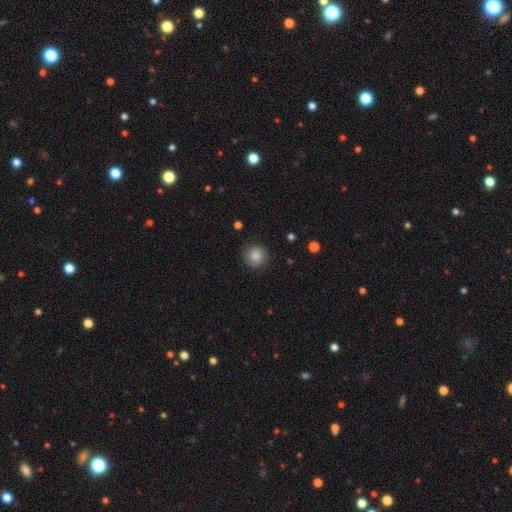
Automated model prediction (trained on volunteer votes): The model was most divided on "smooth or featured": smooth: 80%, featured or disk: 11%, star or artifact: 9%. More confident: how rounded — round (91%); merging — none (84%).